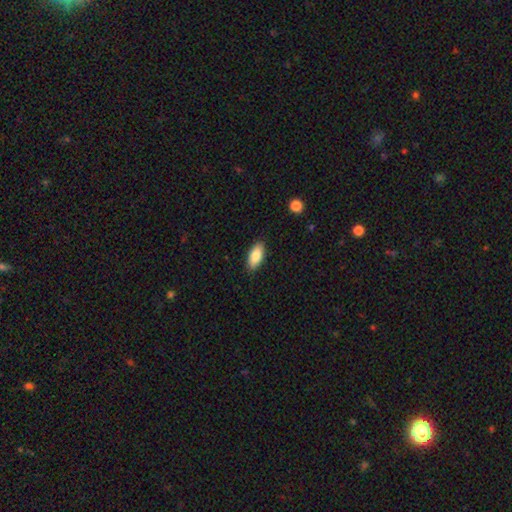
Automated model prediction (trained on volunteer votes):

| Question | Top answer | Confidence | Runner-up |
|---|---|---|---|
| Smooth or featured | smooth | 83% | featured or disk (11%) |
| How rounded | in between | 85% | cigar-shaped (13%) |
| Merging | none | 88% | minor disturbance (9%) |